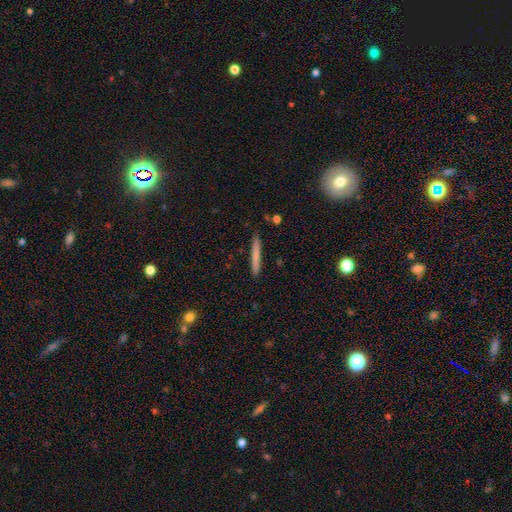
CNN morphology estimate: Q: Smooth or featured?
A: smooth (65%); runner-up: featured or disk (28%)
Q: How rounded?
A: cigar-shaped (96%); runner-up: in between (2%)
Q: Merging?
A: none (90%); runner-up: minor disturbance (7%)